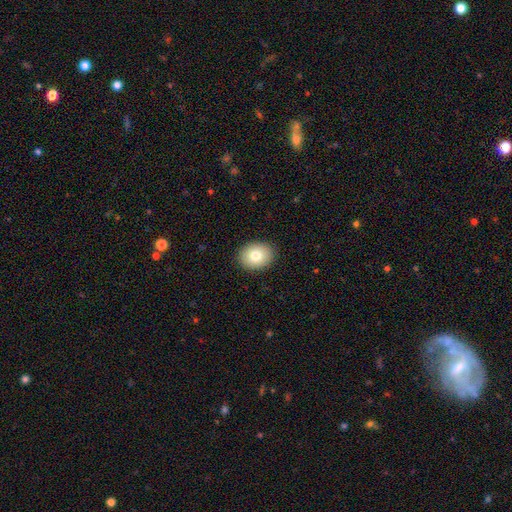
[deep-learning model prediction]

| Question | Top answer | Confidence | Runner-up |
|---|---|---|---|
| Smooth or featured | smooth | 80% | featured or disk (11%) |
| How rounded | in between | 52% | round (47%) |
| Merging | none | 90% | minor disturbance (7%) |